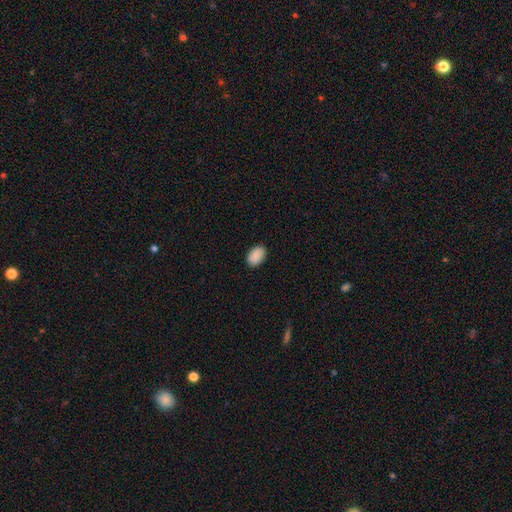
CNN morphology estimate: Smooth or featured? smooth (90%)
How rounded? in between (87%)
Merging? none (88%)